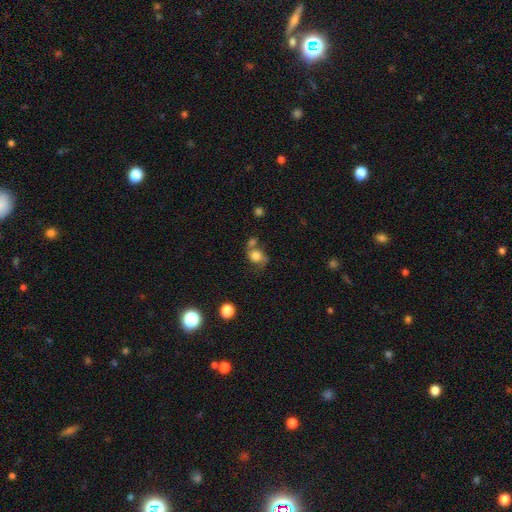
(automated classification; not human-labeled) Morphology: type=smooth (67%); roundness=round (66%); merging=none (39%).